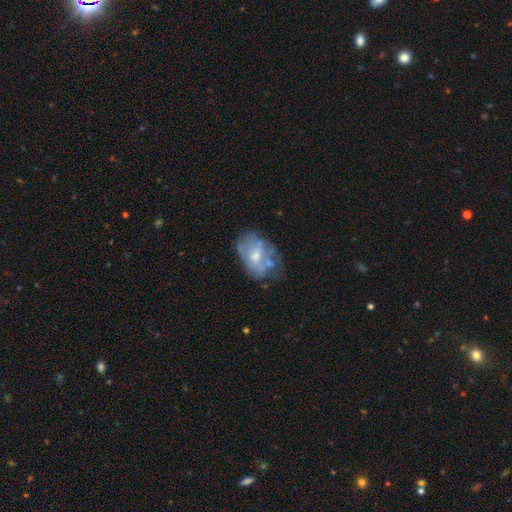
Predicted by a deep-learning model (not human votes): featured or disk 53%, smooth 39%, star or artifact 8%. Down the decision tree: edge-on disk — no (96%); bar — no (76%); spiral arms — no (79%); bulge size — moderate (53%); merging — none (43%).